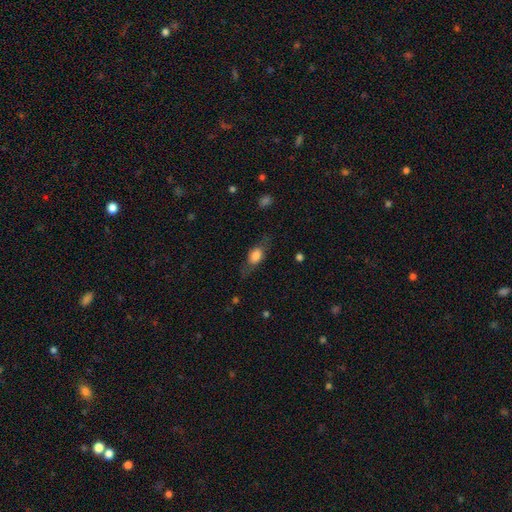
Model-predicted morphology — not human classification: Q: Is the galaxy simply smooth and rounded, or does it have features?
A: smooth — 65%.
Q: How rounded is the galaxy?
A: in between — 73%.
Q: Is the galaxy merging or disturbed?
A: none — 67%.